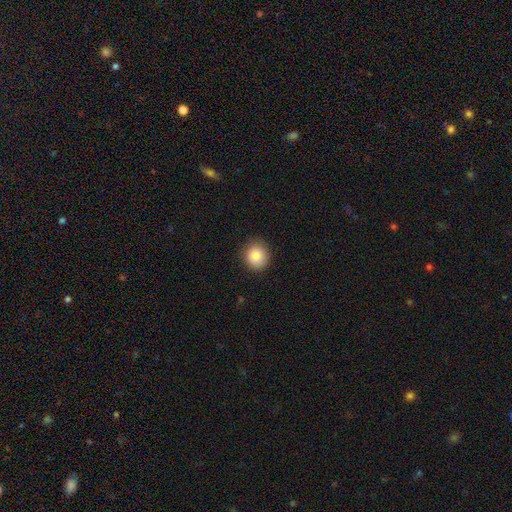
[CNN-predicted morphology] A smooth galaxy with no disk features (85%) that is round (84%). Merging: none (87%).